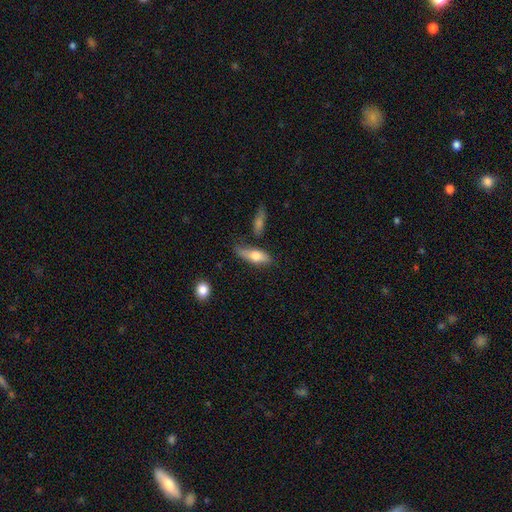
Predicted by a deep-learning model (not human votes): Overall: smooth (68%). How rounded: in between (67%; cigar-shaped 30%). Merging: none (52%; minor disturbance 27%).